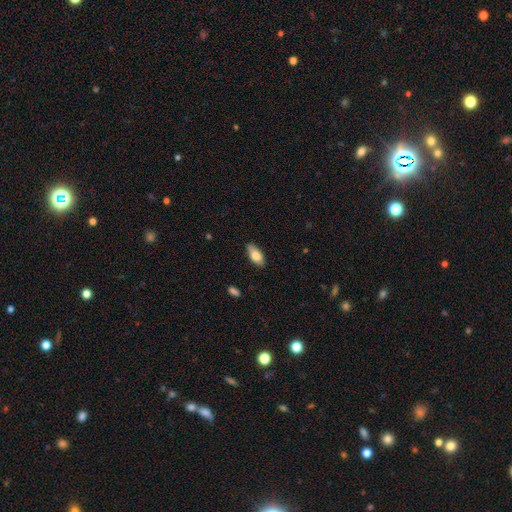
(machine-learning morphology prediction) type=smooth (80%); roundness=in between (86%); merging=none (83%).